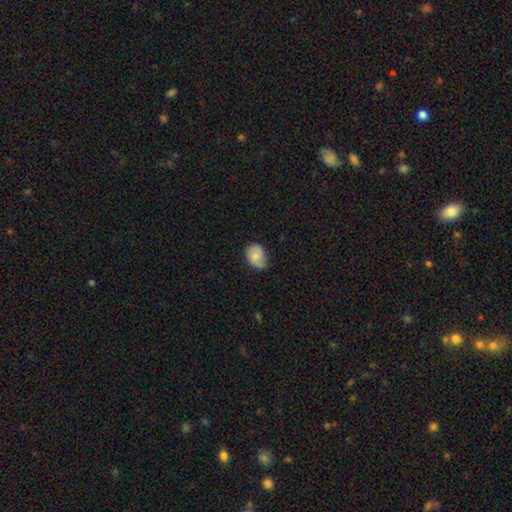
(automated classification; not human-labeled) This appears to be a smooth galaxy with no disk features (68%) that is in between round and cigar-shaped (68%). Merging: none (55%).